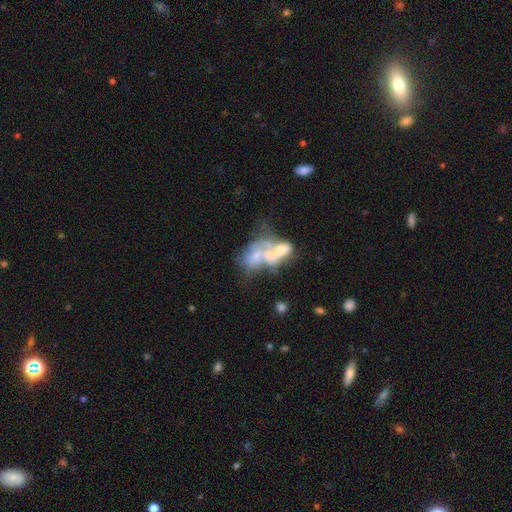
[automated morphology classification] smooth_or_featured: featured or disk (p=0.58) [alt: smooth p=0.31]
disk_edge_on: no (p=0.97) [alt: yes p=0.03]
bar: no (p=0.85) [alt: weak p=0.12]
has_spiral_arms: no (p=0.79) [alt: yes p=0.21]
bulge_size: none (p=0.34) [tied with: moderate p=0.34]
merging: merger (p=0.68) [alt: major disturbance p=0.16]